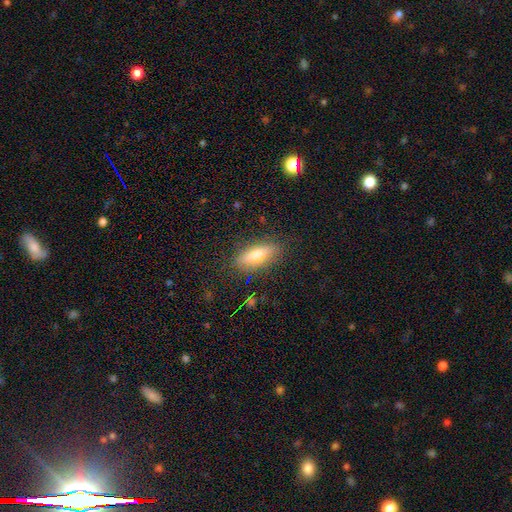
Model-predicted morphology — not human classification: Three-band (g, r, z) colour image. It shows a smooth galaxy with no disk features (61%) that is in between round and cigar-shaped (61%). Merging: none (84%).